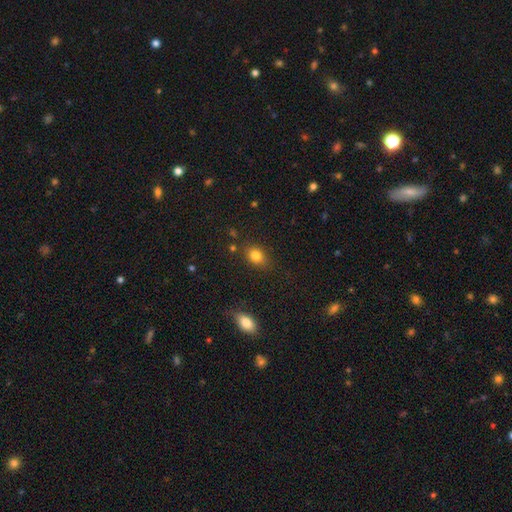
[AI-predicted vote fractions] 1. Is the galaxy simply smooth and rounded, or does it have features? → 80% smooth, 12% star or artifact, 8% featured or disk.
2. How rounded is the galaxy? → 66% in between, 32% round, 2% cigar-shaped.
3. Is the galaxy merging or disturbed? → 79% none, 14% minor disturbance, 3% major disturbance, 3% merger.